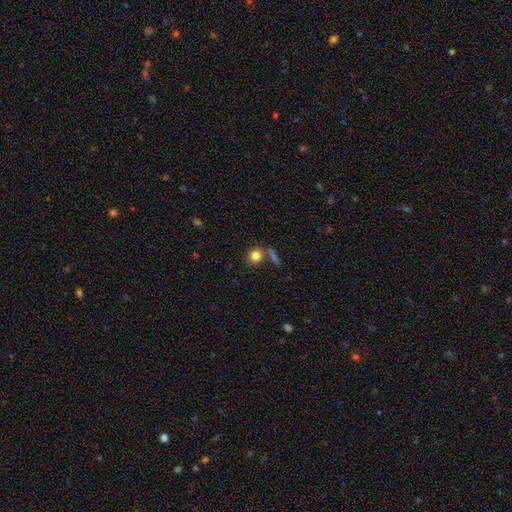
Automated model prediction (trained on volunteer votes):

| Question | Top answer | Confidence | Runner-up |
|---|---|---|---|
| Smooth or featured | smooth | 82% | star or artifact (10%) |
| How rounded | round | 70% | in between (27%) |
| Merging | none | 63% | merger (19%) |